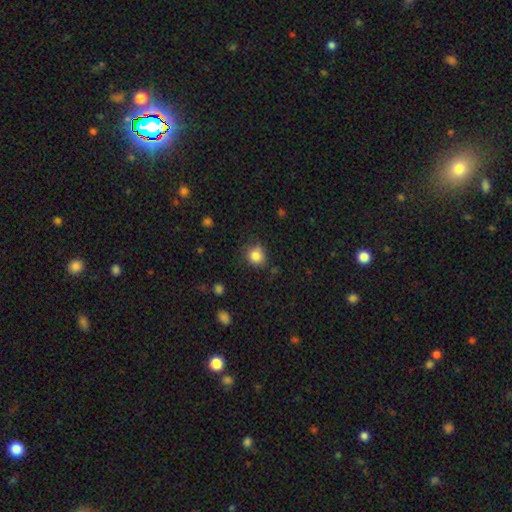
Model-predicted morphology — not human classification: type=smooth (83%); roundness=round (79%); merging=none (73%).